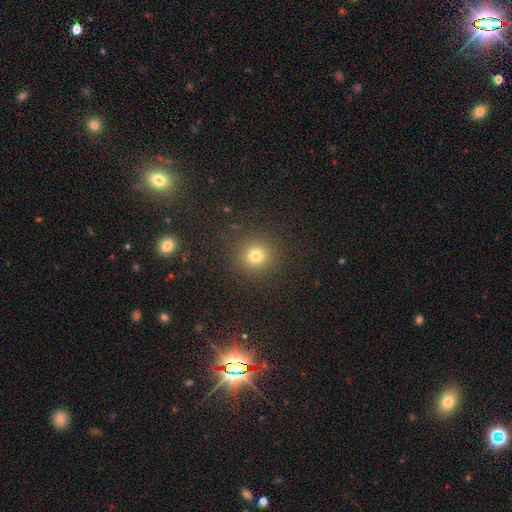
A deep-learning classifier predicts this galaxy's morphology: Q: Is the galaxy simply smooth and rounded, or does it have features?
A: smooth — 75%.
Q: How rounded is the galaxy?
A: round — 92%.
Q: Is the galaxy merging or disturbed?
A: none — 89%.